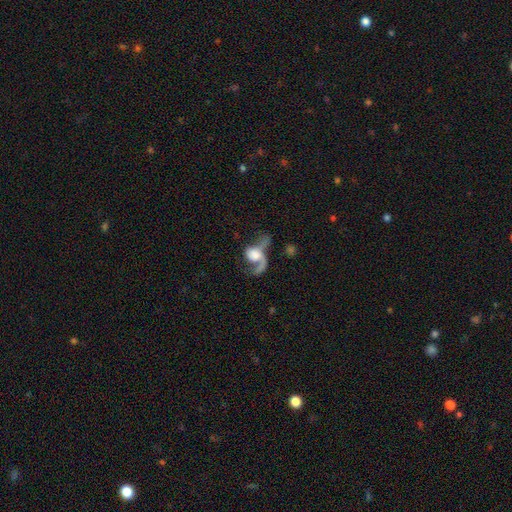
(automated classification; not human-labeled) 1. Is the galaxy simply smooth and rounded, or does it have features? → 55% featured or disk, 36% smooth, 9% star or artifact.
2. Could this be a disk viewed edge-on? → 95% no, 5% yes.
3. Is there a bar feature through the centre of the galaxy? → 77% no, 18% weak, 6% strong.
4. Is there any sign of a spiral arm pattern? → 69% yes, 31% no.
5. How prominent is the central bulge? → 37% large, 20% moderate, 17% none, 16% dominant, 10% small.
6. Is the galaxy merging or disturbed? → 47% major disturbance, 21% none, 20% merger, 12% minor disturbance.